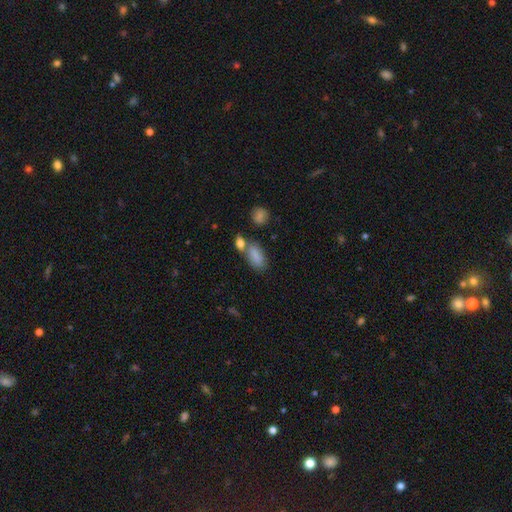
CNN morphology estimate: The model was most divided on "merging": none: 51%, merger: 28%, minor disturbance: 15%, major disturbance: 6%. More confident: how rounded — in between (89%); smooth or featured — smooth (83%).